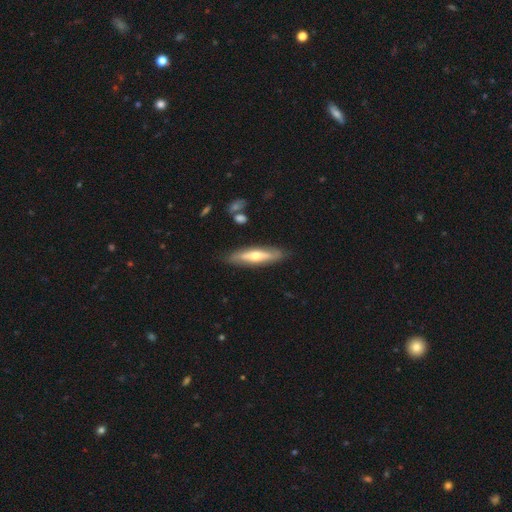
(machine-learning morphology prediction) Overall: featured or disk (56%; smooth 39%). Edge-on disk: yes (67%; no 33%). Merging: none (83%).